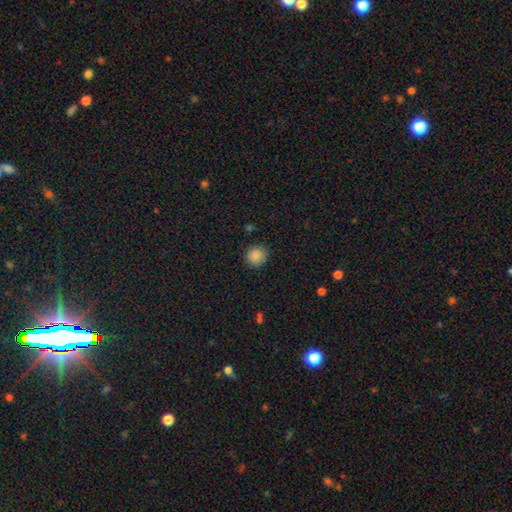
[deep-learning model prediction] Morphology: type=smooth (86%); roundness=round (89%); merging=none (87%).